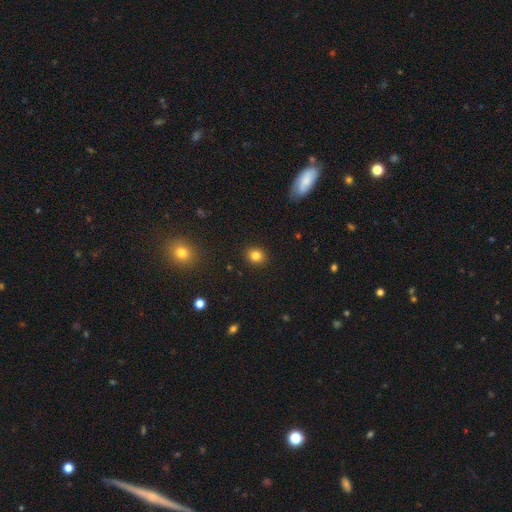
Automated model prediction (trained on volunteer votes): Morphology: type=smooth (82%); roundness=round (71%); merging=none (90%).